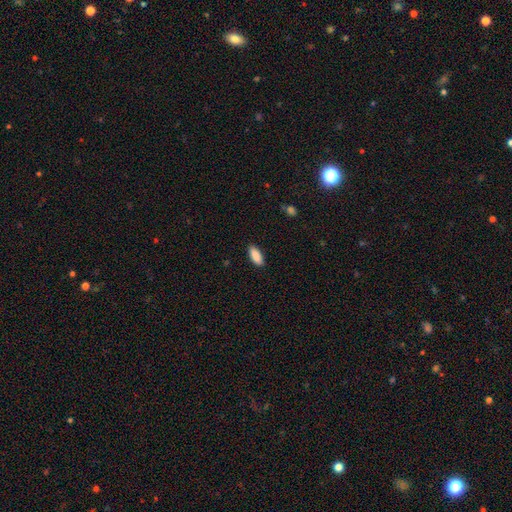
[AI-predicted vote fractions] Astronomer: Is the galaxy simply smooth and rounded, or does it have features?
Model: smooth — 89%.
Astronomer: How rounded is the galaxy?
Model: in between — 79%.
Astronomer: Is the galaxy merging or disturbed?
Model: none — 88%.